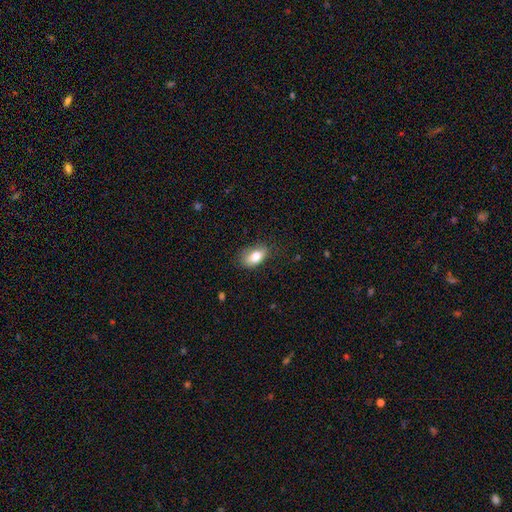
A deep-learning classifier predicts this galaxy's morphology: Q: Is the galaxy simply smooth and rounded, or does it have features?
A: smooth — 79%.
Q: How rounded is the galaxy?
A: in between — 89%.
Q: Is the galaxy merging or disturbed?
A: none — 57%.